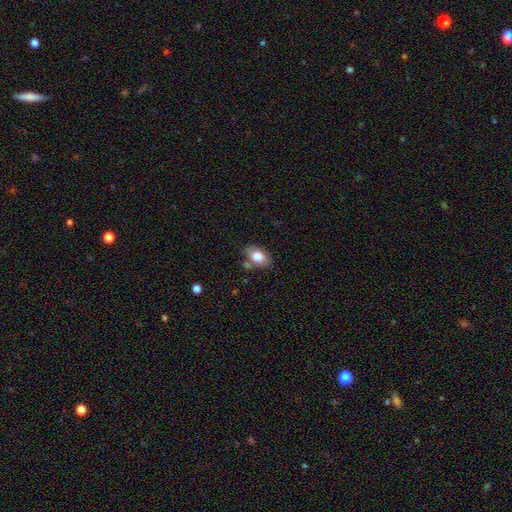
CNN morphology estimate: Q: Smooth or featured?
A: smooth (74%); runner-up: featured or disk (18%)
Q: How rounded?
A: in between (83%); runner-up: round (16%)
Q: Merging?
A: none (67%); runner-up: minor disturbance (18%)